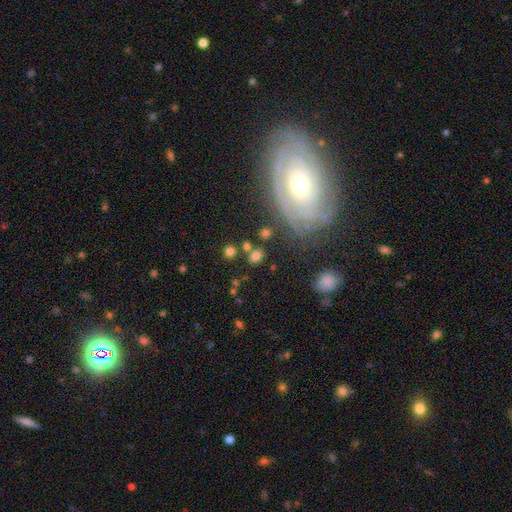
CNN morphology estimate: smooth 71%, star or artifact 15%, featured or disk 14%. Down the decision tree: how rounded — in between (52%); merging — none (73%).